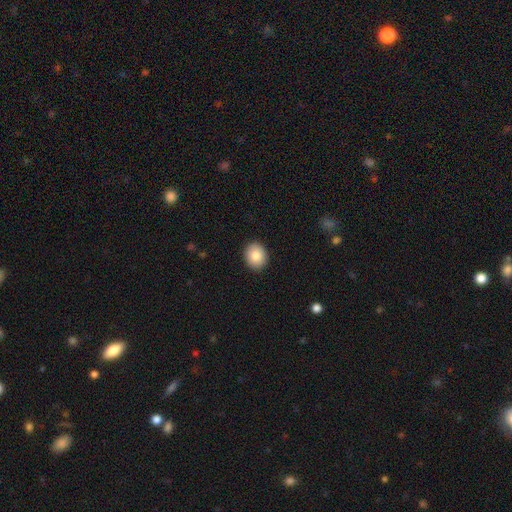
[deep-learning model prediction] Smooth or featured? smooth (85%)
How rounded? round (59%)
Merging? none (91%)